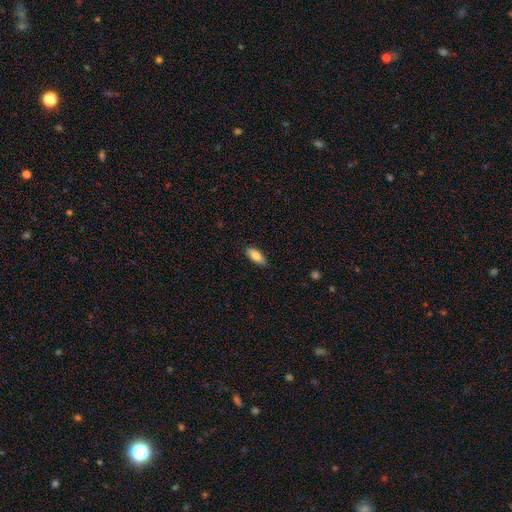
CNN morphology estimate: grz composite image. It shows a smooth galaxy with no disk features (82%) that is in between round and cigar-shaped (82%). Merging: none (86%).